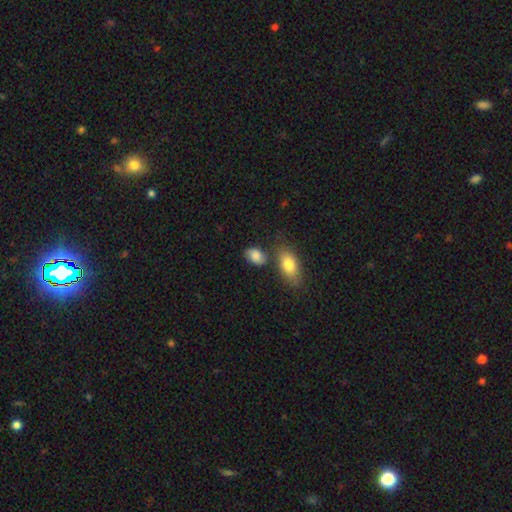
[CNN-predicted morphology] smooth 82%, featured or disk 10%, star or artifact 8%. Down the decision tree: how rounded — in between (83%); merging — none (63%).